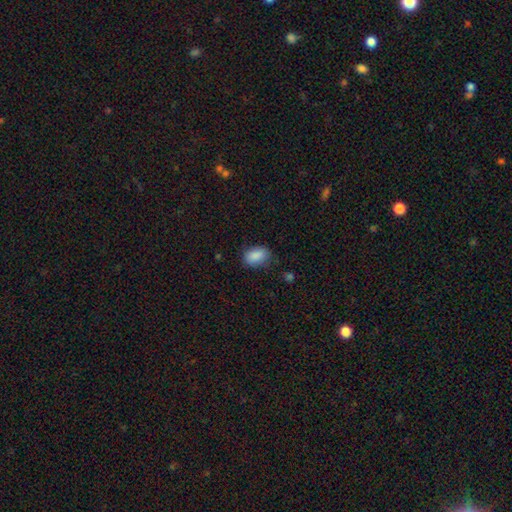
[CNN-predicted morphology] A smooth galaxy with no disk features (88%) that is in between round and cigar-shaped (88%). Merging: none (75%).